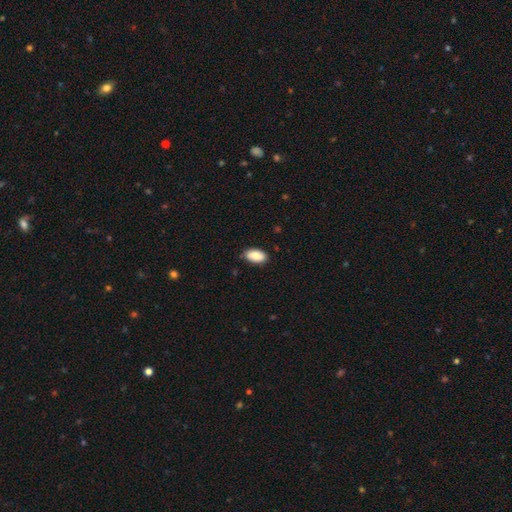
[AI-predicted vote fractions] A smooth galaxy with no disk features (88%) that is in between round and cigar-shaped (94%).

Vote fractions:
- Smooth or featured? smooth: 88% / star or artifact: 6% / featured or disk: 5%
- How rounded? in between: 94% / round: 3% / cigar-shaped: 3%
- Merging? none: 81% / minor disturbance: 15% / major disturbance: 2% / merger: 1%